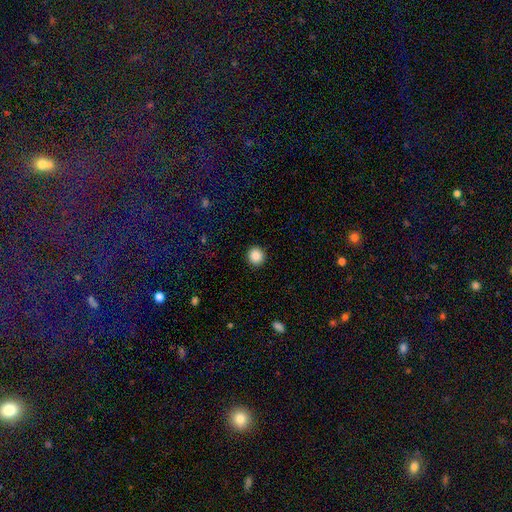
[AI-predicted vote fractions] smooth_or_featured: smooth (p=0.88) [alt: star or artifact p=0.09]
how_rounded: round (p=0.92) [alt: in between p=0.07]
merging: none (p=0.92) [alt: minor disturbance p=0.05]